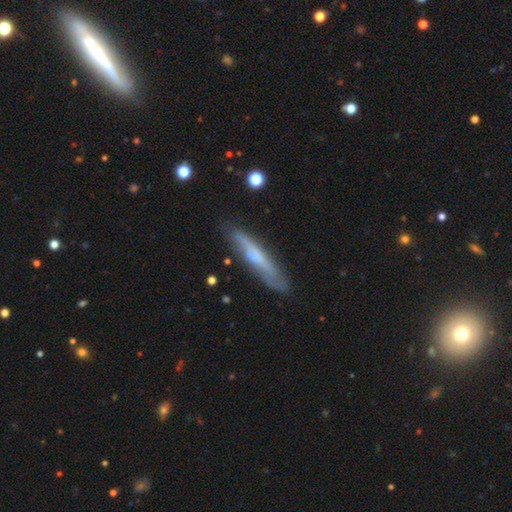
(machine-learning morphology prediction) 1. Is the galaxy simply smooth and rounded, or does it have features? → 53% featured or disk, 40% smooth, 6% star or artifact.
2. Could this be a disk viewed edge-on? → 76% yes, 24% no.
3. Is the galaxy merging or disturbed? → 78% none, 16% minor disturbance, 3% major disturbance, 2% merger.